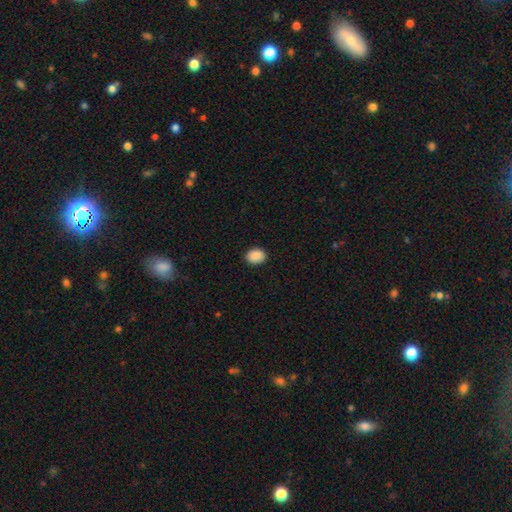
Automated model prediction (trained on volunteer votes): smooth-or-featured: smooth: 90% | star or artifact: 8% | featured or disk: 2%
  how-rounded: in between: 59% | round: 41% | cigar-shaped: 1%
  merging: none: 90% | minor disturbance: 7% | major disturbance: 2% | merger: 1%